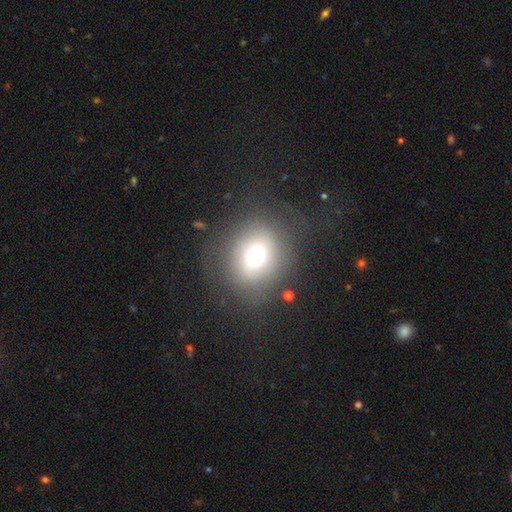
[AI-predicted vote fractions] A smooth galaxy with no disk features (63%) that is round (79%).

Vote fractions:
- Smooth or featured? smooth: 63% / star or artifact: 20% / featured or disk: 16%
- How rounded? round: 79% / in between: 20% / cigar-shaped: 1%
- Merging? none: 71% / major disturbance: 14% / minor disturbance: 12% / merger: 2%